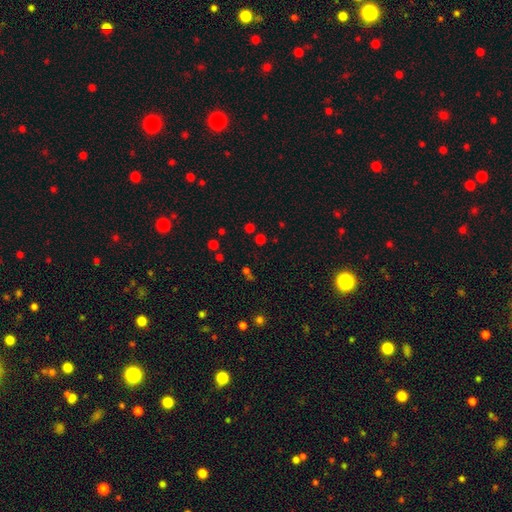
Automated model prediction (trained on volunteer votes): smooth 48%, star or artifact 44%, featured or disk 8%. Down the decision tree: merging — none (70%).